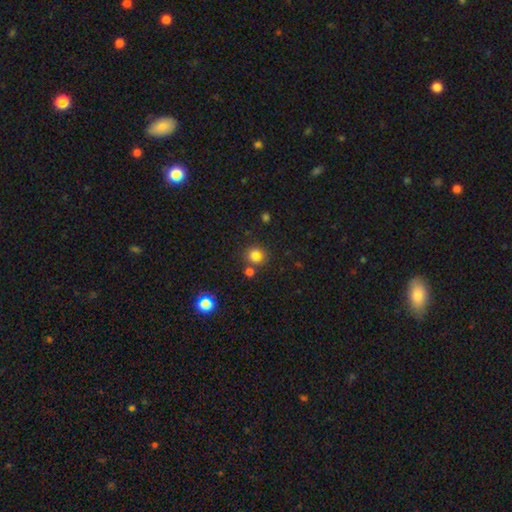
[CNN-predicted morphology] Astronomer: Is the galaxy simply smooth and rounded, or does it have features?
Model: smooth — 80%.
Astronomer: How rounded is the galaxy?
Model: round — 85%.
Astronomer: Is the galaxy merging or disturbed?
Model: none — 73%.